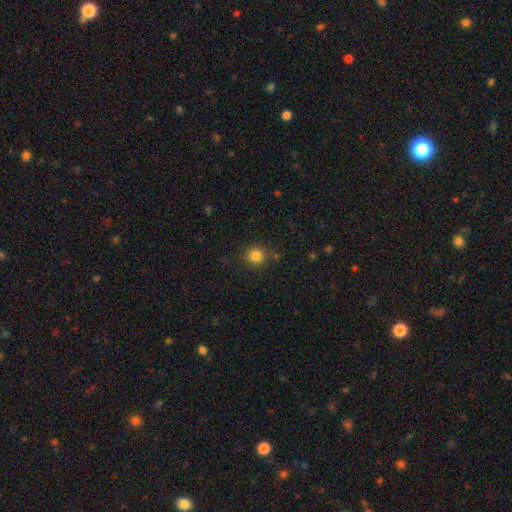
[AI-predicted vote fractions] smooth_or_featured: smooth (p=0.83) [alt: star or artifact p=0.12]
how_rounded: round (p=0.92) [alt: in between p=0.07]
merging: none (p=0.85) [alt: minor disturbance p=0.09]